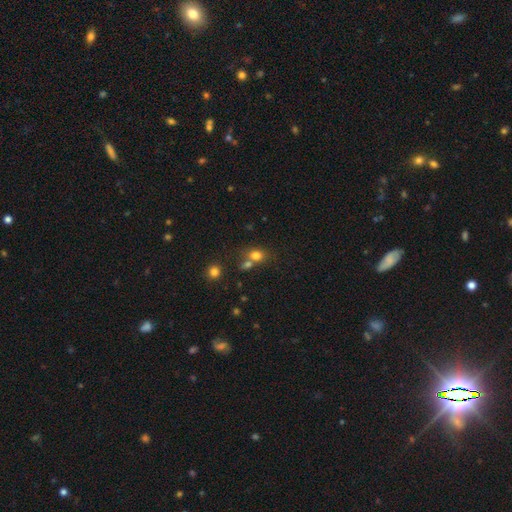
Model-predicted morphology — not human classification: This appears to be a smooth galaxy with no disk features (78%) that is in between round and cigar-shaped (52%). Merging: none (47%).